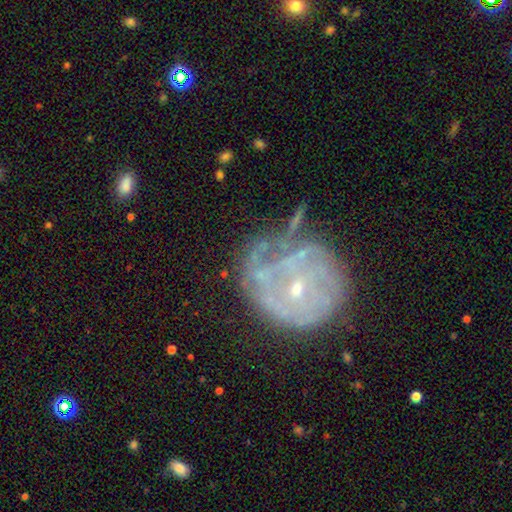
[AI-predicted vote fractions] smooth_or_featured: featured or disk (p=0.73) [alt: smooth p=0.16]
disk_edge_on: no (p=0.97) [alt: yes p=0.03]
bar: no (p=0.66) [alt: weak p=0.26]
has_spiral_arms: yes (p=0.72) [alt: no p=0.28]
spiral_winding: tight (p=0.64) [alt: medium p=0.24]
spiral_arm_count: can't tell (p=0.47) [alt: 2 p=0.16]
bulge_size: small (p=0.72) [alt: moderate p=0.22]
merging: none (p=0.46) [alt: minor disturbance p=0.24]